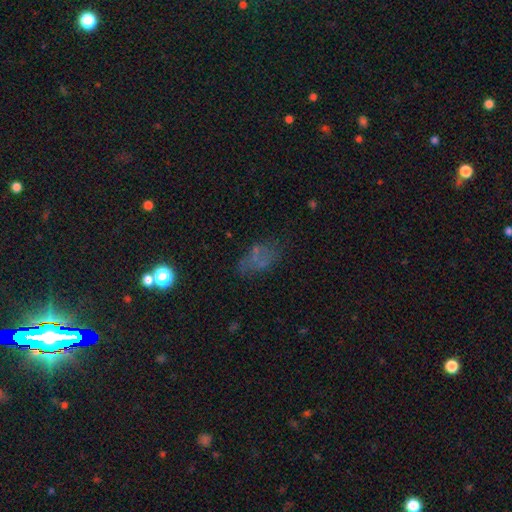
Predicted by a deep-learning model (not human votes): The model was most divided on "smooth or featured": smooth: 40%, featured or disk: 30%, star or artifact: 30%. More confident: merging — none (57%).